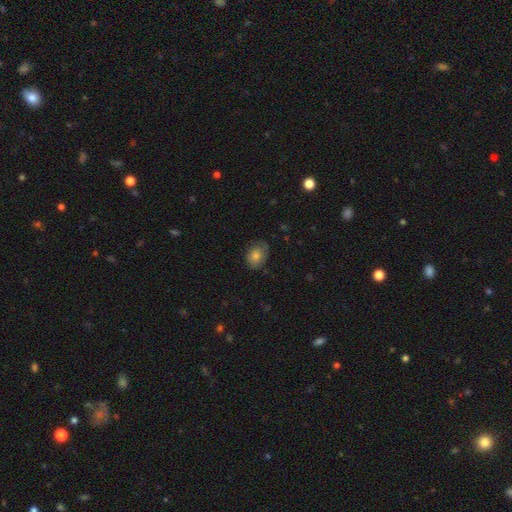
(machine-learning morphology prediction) Overall: smooth (75%). How rounded: in between (60%; round 39%). Merging: none (69%).